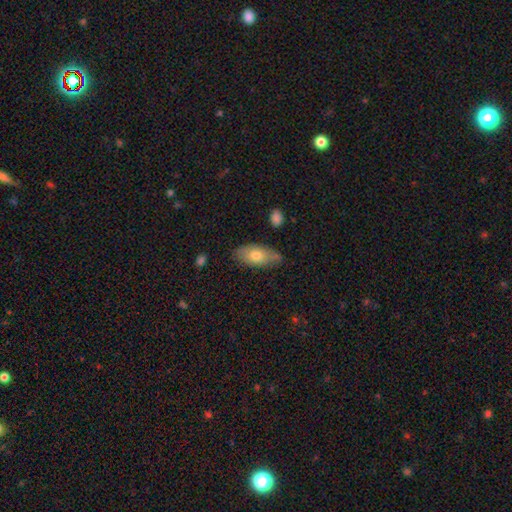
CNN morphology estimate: smooth 64%, featured or disk 27%, star or artifact 9%. Down the decision tree: how rounded — in between (84%); merging — none (77%).